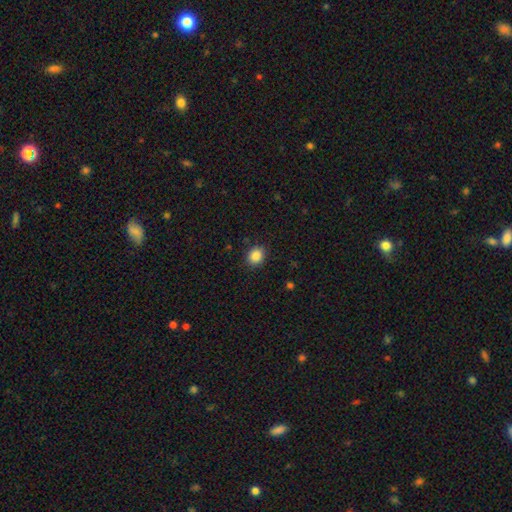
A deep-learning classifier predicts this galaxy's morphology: Q: Smooth or featured?
A: smooth (87%); runner-up: star or artifact (9%)
Q: How rounded?
A: round (67%); runner-up: in between (32%)
Q: Merging?
A: none (89%); runner-up: minor disturbance (8%)